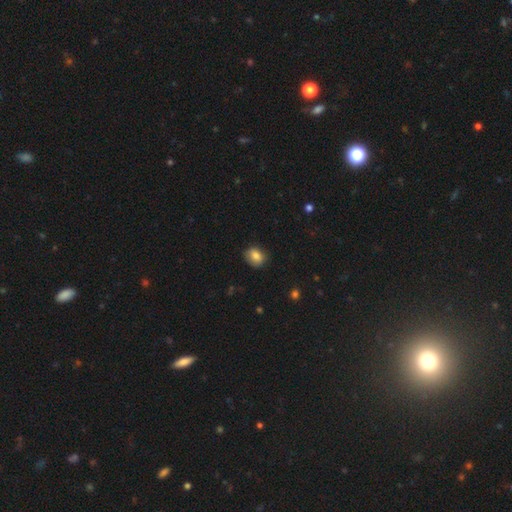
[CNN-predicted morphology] Smooth or featured: smooth — 84% (star or artifact — 9%)
How rounded: in between — 52% (round — 47%)
Merging: none — 77% (minor disturbance — 18%)